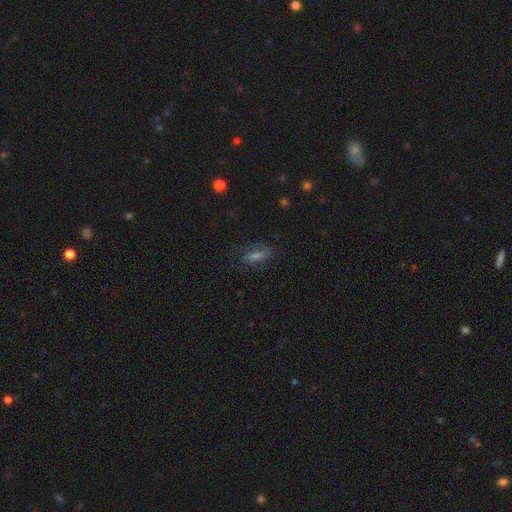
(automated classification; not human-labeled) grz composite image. It shows a featured or disk galaxy (44%). Merging: none (70%).